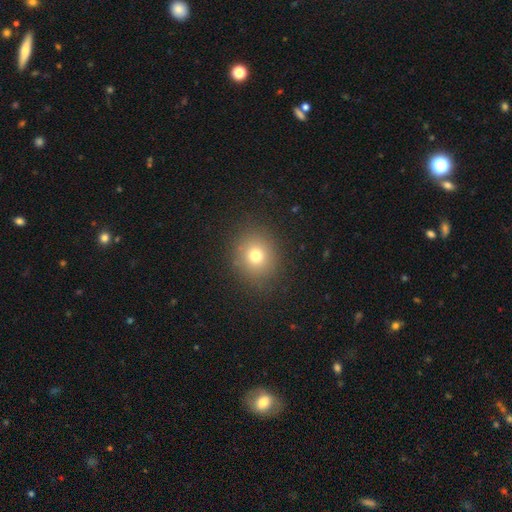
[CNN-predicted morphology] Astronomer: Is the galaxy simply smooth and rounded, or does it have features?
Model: smooth — 74%.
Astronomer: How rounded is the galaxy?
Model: round — 78%.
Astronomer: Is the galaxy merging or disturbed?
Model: none — 88%.